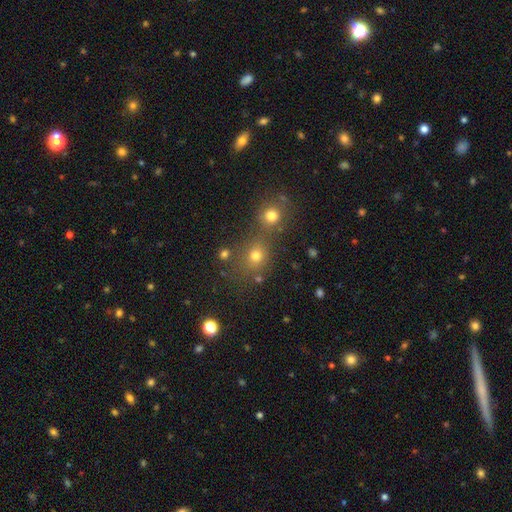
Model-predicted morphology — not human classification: Smooth or featured: smooth — 70% (star or artifact — 21%)
How rounded: round — 78% (in between — 21%)
Merging: none — 53% (merger — 34%)